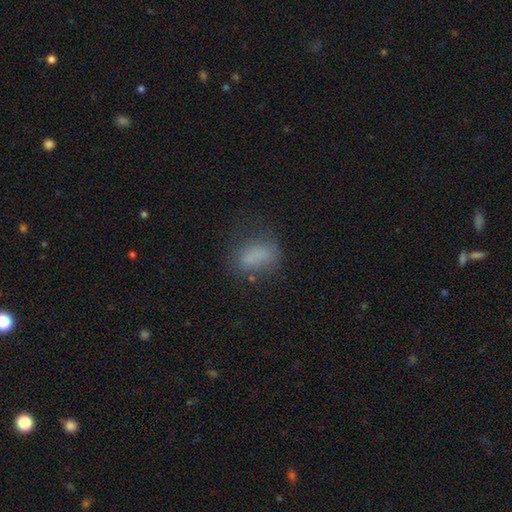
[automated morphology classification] Overall: smooth (74%). How rounded: in between (80%). Merging: none (56%; minor disturbance 24%).